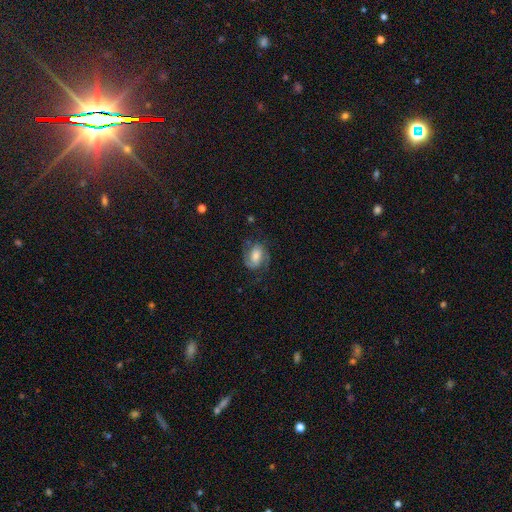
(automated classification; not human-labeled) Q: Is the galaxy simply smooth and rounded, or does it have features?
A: featured or disk — 71%.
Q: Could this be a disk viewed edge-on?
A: no — 97%.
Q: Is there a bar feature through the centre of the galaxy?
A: no — 40%, tied with weak.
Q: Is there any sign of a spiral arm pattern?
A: yes — 93%.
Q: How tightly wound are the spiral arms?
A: medium — 48%.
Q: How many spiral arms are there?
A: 2 — 86%.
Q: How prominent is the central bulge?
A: moderate — 51%.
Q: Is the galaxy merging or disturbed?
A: none — 70%.